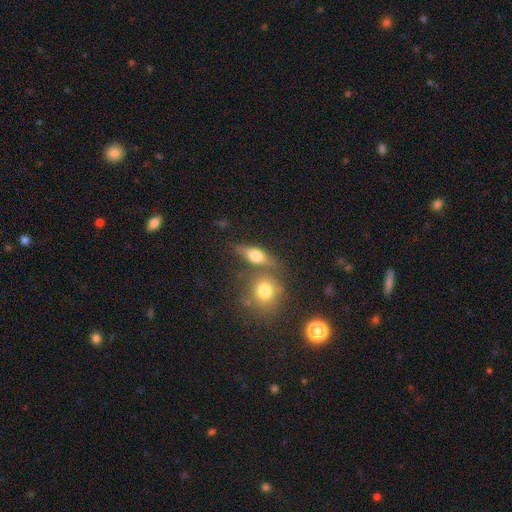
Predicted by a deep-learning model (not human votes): The model was most divided on "smooth or featured": smooth: 60%, featured or disk: 29%, star or artifact: 11%. More confident: merging — none (58%); how rounded — in between (57%).